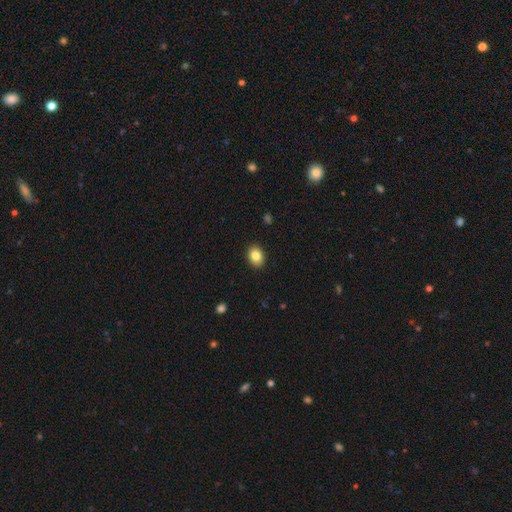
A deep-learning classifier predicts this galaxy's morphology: Smooth or featured? smooth (84%)
How rounded? in between (59%)
Merging? none (91%)